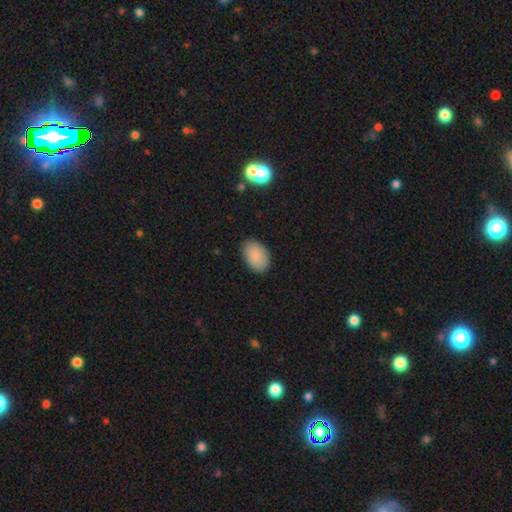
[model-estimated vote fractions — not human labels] Smooth or featured?
  - smooth: 87% *
  - star or artifact: 7%
  - featured or disk: 6%
How rounded?
  - in between: 90% *
  - round: 9%
  - cigar-shaped: 1%
Merging?
  - none: 87% *
  - minor disturbance: 10%
  - major disturbance: 2%
  - merger: 1%